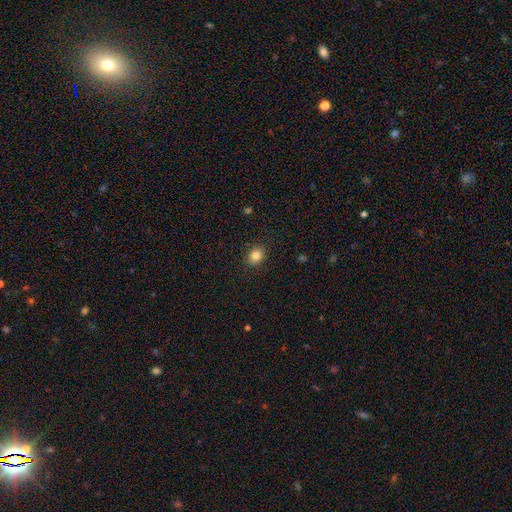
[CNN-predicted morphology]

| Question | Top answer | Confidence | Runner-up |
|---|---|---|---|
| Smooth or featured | smooth | 83% | star or artifact (11%) |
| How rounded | round | 59% | in between (40%) |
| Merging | none | 89% | minor disturbance (8%) |